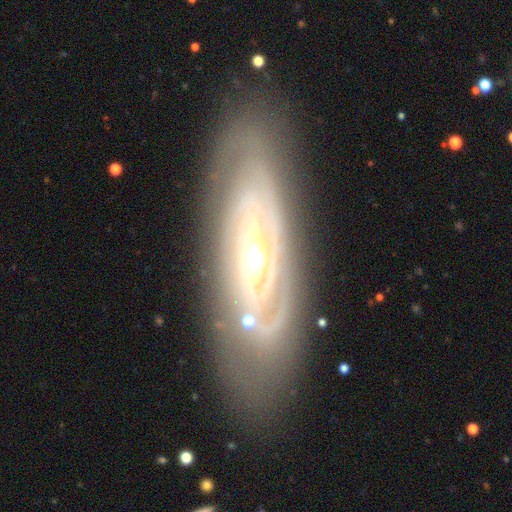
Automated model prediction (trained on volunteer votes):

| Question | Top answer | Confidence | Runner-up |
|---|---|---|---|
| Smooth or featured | featured or disk | 82% | smooth (12%) |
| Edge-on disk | no | 84% | yes (16%) |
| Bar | no | 71% | weak (19%) |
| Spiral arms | yes | 72% | no (28%) |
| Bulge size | small | 49% | moderate (45%) |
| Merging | none | 82% | minor disturbance (12%) |